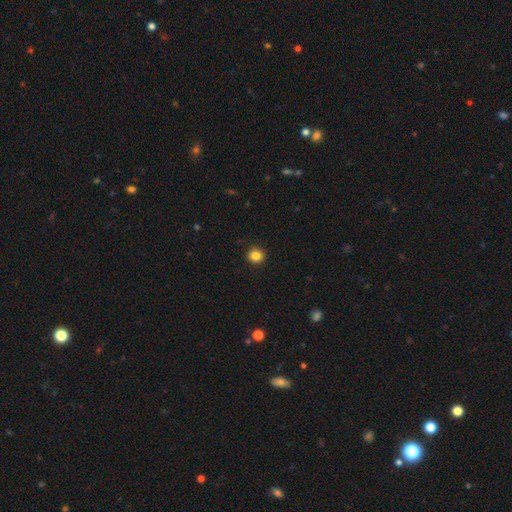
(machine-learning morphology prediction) A smooth galaxy with no disk features (85%) that is round (87%).

Vote fractions:
- Smooth or featured? smooth: 85% / star or artifact: 11% / featured or disk: 4%
- How rounded? round: 87% / in between: 12% / cigar-shaped: 1%
- Merging? none: 91% / minor disturbance: 6% / major disturbance: 2% / merger: 1%